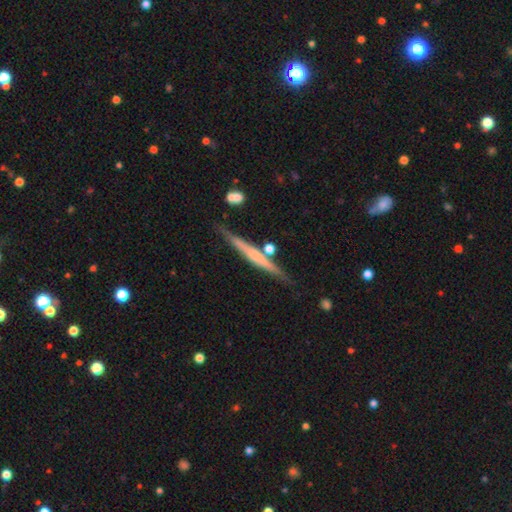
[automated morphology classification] A featured or disk galaxy (58%) viewed edge-on (97%) with no central bulge (60%).

Vote fractions:
- Smooth or featured? featured or disk: 58% / smooth: 35% / star or artifact: 6%
- Edge-on disk? yes: 97% / no: 3%
- Edge-on bulge? none: 60% / rounded: 26% / boxy: 14%
- Merging? none: 81% / minor disturbance: 11% / merger: 5% / major disturbance: 2%